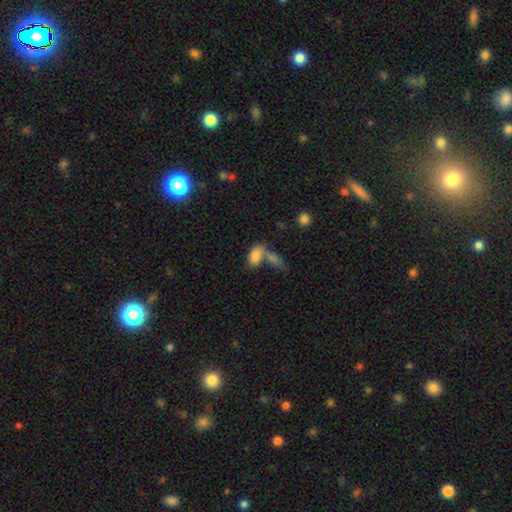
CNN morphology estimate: Smooth or featured? Predicted: smooth (p=0.82). How rounded? Predicted: in between (p=0.91). Merging? Predicted: merger (p=0.54).